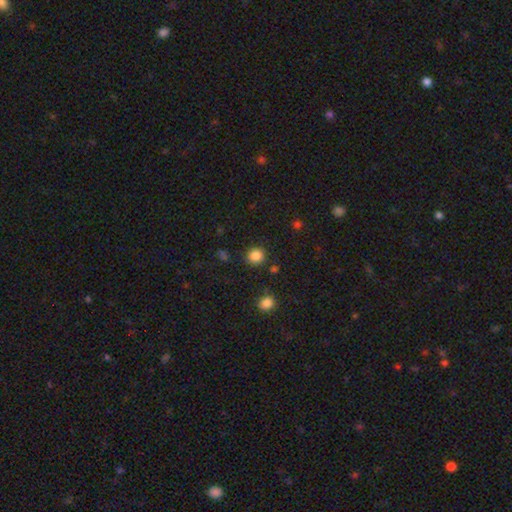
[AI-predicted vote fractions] This is clearly a smooth galaxy (85%). How rounded: clearly round (88%). Merging: clearly none (87%).